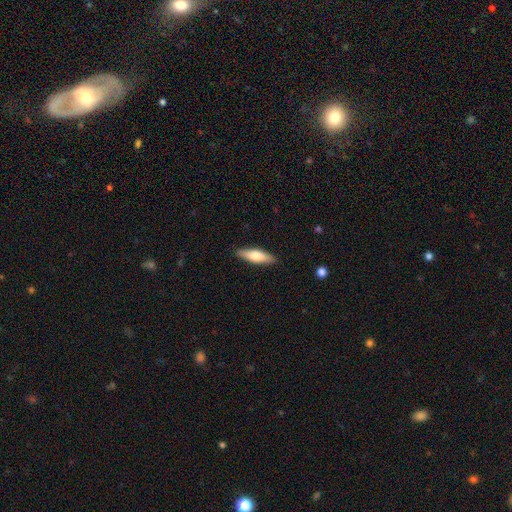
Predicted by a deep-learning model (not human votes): Overall: smooth (67%; featured or disk 27%). How rounded: cigar-shaped (58%; in between 40%). Merging: none (88%).